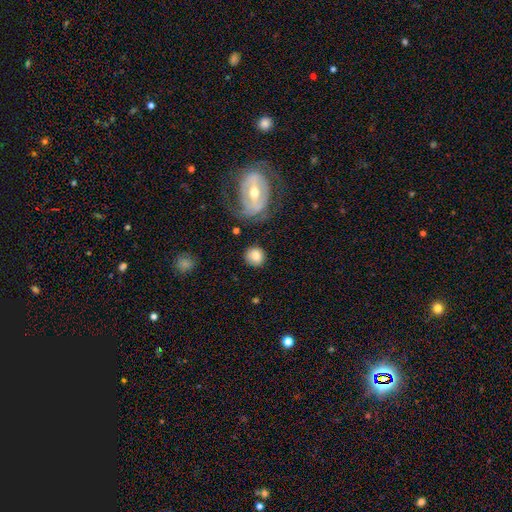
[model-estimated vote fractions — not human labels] Smooth or featured? Predicted: smooth (p=0.77). How rounded? Predicted: round (p=0.82). Merging? Predicted: none (p=0.74).